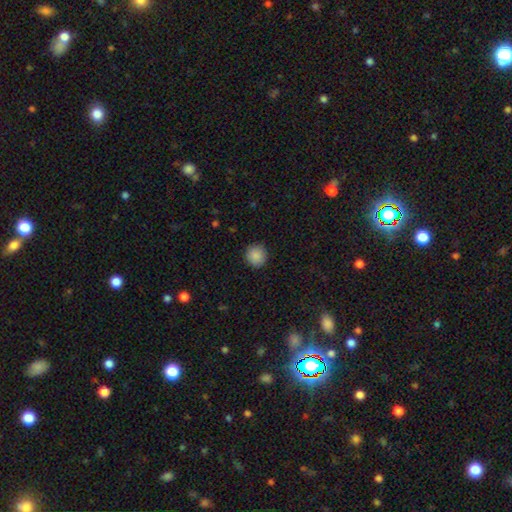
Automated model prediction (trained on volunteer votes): Smooth or featured?
  - smooth: 88% *
  - star or artifact: 9%
  - featured or disk: 3%
How rounded?
  - round: 92% *
  - in between: 7%
  - cigar-shaped: 1%
Merging?
  - none: 90% *
  - minor disturbance: 7%
  - major disturbance: 2%
  - merger: 1%